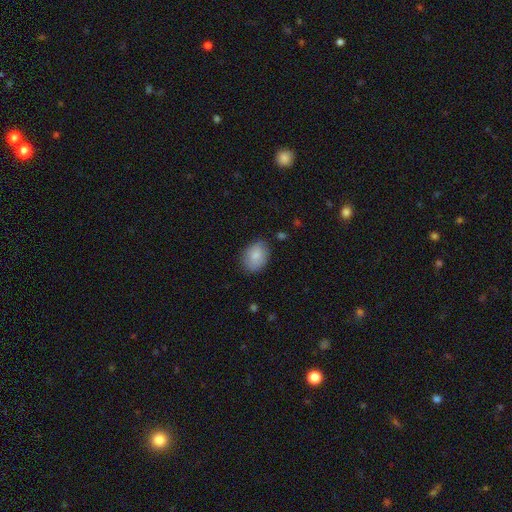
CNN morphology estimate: smooth_or_featured: smooth (p=0.84) [alt: featured or disk p=0.10]
how_rounded: in between (p=0.71) [alt: round p=0.28]
merging: none (p=0.78) [alt: minor disturbance p=0.17]